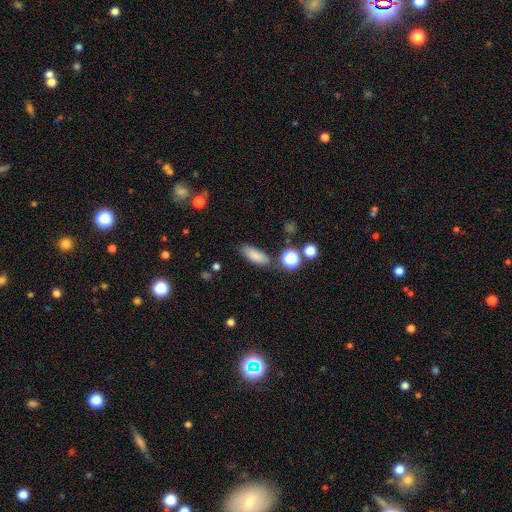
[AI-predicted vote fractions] Q: Smooth or featured?
A: smooth (82%); runner-up: star or artifact (10%)
Q: How rounded?
A: in between (68%); runner-up: cigar-shaped (27%)
Q: Merging?
A: none (75%); runner-up: minor disturbance (15%)